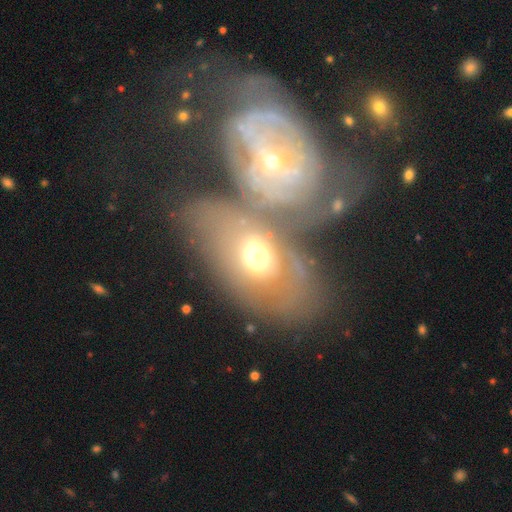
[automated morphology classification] Q: Smooth or featured?
A: featured or disk (47%); runner-up: smooth (41%)
Q: Merging?
A: merger (43%); runner-up: none (30%)